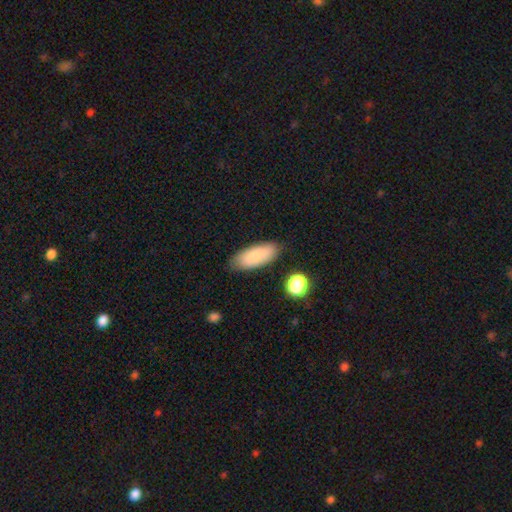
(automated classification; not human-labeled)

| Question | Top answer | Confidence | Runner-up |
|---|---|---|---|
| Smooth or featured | smooth | 85% | featured or disk (8%) |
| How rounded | in between | 80% | cigar-shaped (18%) |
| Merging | none | 82% | minor disturbance (13%) |